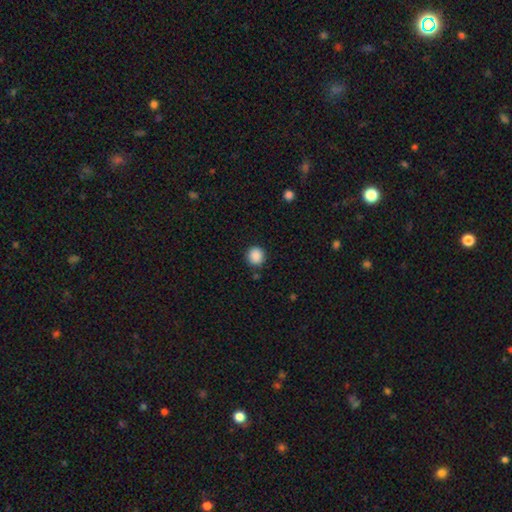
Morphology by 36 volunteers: This appears to be a smooth galaxy with no disk features (92%) that is round (97%). Merging: none (82%).